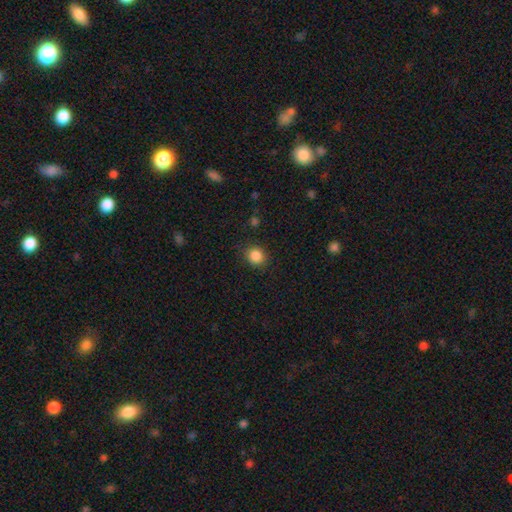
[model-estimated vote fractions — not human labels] Smooth or featured: smooth — 87% (star or artifact — 10%)
How rounded: round — 79% (in between — 20%)
Merging: none — 86% (minor disturbance — 9%)